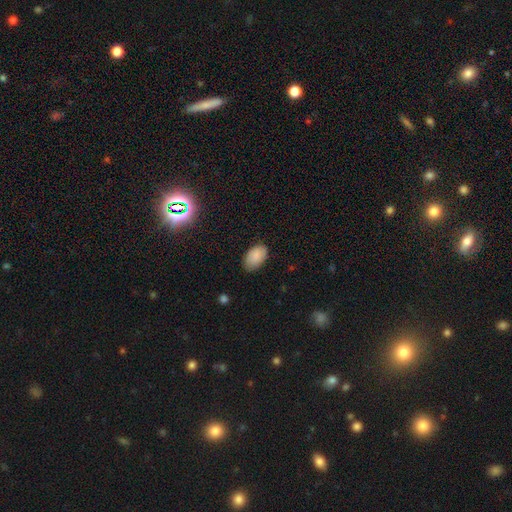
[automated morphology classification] A smooth galaxy with no disk features (81%) that is in between round and cigar-shaped (92%).

Vote fractions:
- Smooth or featured? smooth: 81% / featured or disk: 11% / star or artifact: 8%
- How rounded? in between: 92% / round: 6% / cigar-shaped: 1%
- Merging? none: 79% / minor disturbance: 17% / major disturbance: 3% / merger: 1%